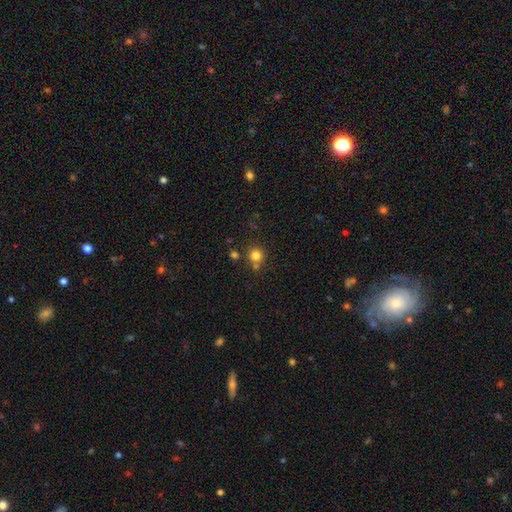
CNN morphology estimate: type=smooth (80%); roundness=round (92%); merging=none (70%).